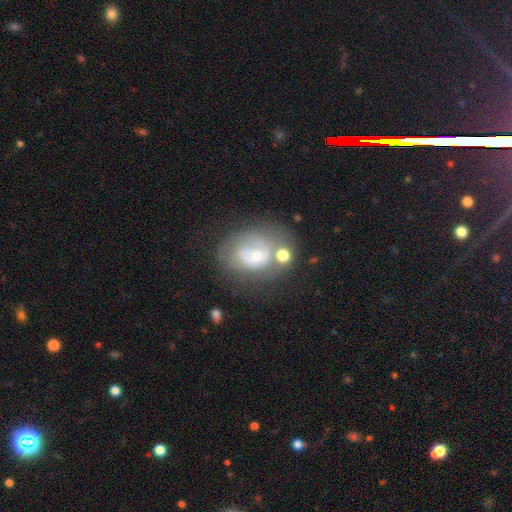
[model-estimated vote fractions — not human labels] Smooth or featured? Predicted: featured or disk (p=0.55). Edge-on disk? Predicted: no (p=0.96). Bar? Predicted: no (p=0.76). Spiral arms? Predicted: no (p=0.51). Bulge size? Predicted: small (p=0.52). Merging? Predicted: none (p=0.43).